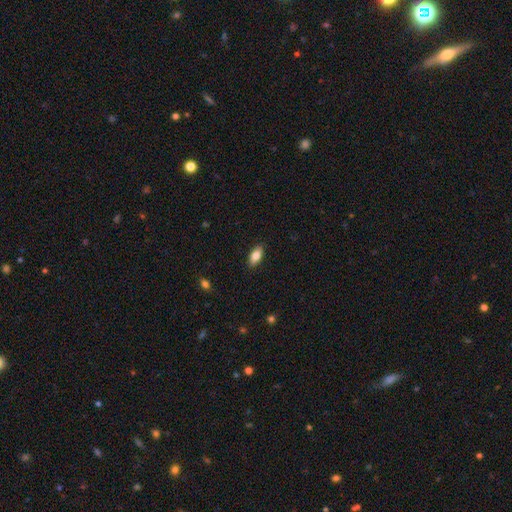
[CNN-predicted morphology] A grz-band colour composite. It shows a smooth galaxy with no disk features (82%) that is in between round and cigar-shaped (89%). Merging: none (88%).